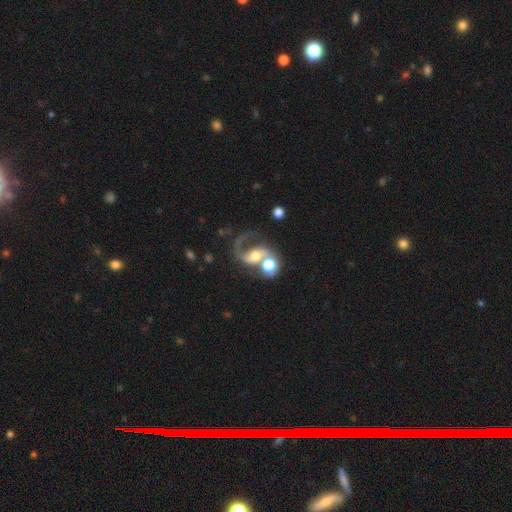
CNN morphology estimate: Overall: featured or disk (70%). Edge-on disk: no (97%). Bar: no (56%; weak 29%). Spiral arms: yes (83%). Spiral arm count: 2 (51%; 1 42%). Spiral winding: loose (57%; medium 34%). Bulge size: moderate (58%; large 21%). Merging: merger (54%; none 20%).